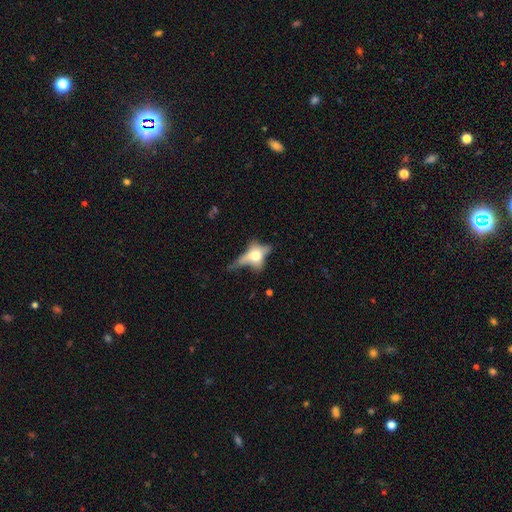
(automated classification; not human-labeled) Smooth or featured?
  - featured or disk: 46% *
  - smooth: 42%
  - star or artifact: 12%
Merging?
  - none: 34% *
  - major disturbance: 33%
  - minor disturbance: 22%
  - merger: 11%